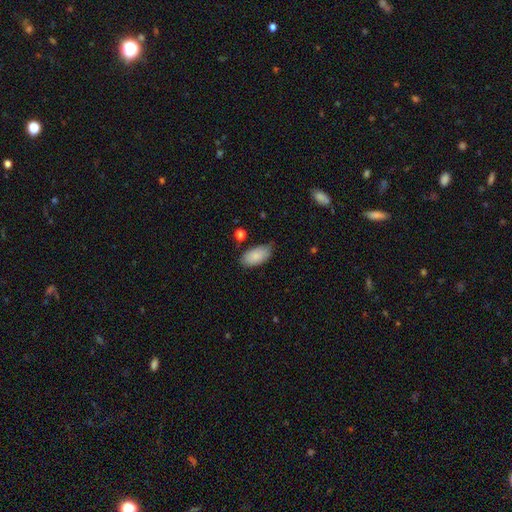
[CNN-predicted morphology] The model was most divided on "merging": none: 69%, minor disturbance: 24%, major disturbance: 4%, merger: 3%. More confident: how rounded — in between (93%); smooth or featured — smooth (86%).